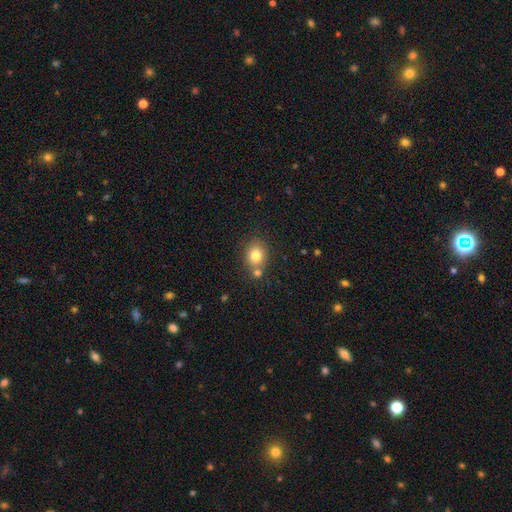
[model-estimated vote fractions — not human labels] A smooth galaxy with no disk features (79%) that is round (60%).

Vote fractions:
- Smooth or featured? smooth: 79% / star or artifact: 11% / featured or disk: 10%
- How rounded? round: 60% / in between: 39% / cigar-shaped: 1%
- Merging? none: 65% / merger: 20% / minor disturbance: 12% / major disturbance: 3%